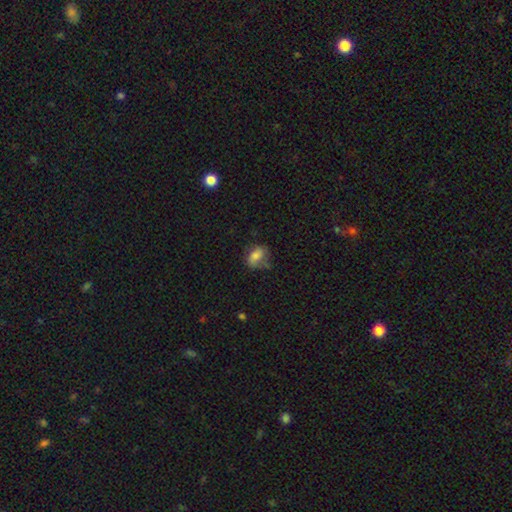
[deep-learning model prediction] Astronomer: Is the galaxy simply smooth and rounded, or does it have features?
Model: smooth — 70%.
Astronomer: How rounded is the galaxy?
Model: in between — 77%.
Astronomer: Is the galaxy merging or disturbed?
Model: none — 48% (runner-up: minor disturbance, 31%).